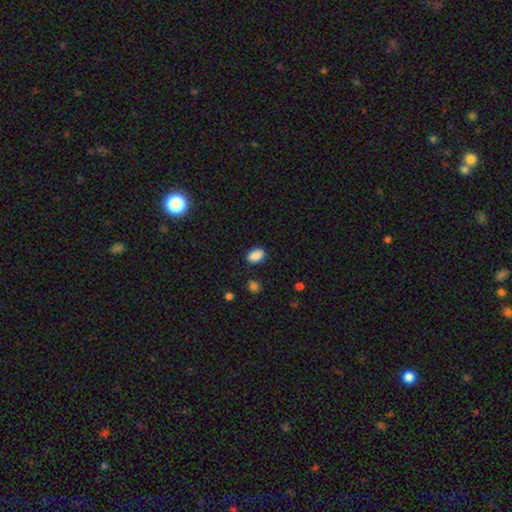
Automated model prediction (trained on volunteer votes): A smooth galaxy with no disk features (88%) that is in between round and cigar-shaped (84%).

Vote fractions:
- Smooth or featured? smooth: 88% / star or artifact: 9% / featured or disk: 3%
- How rounded? in between: 84% / round: 15% / cigar-shaped: 1%
- Merging? none: 84% / minor disturbance: 11% / major disturbance: 3% / merger: 2%